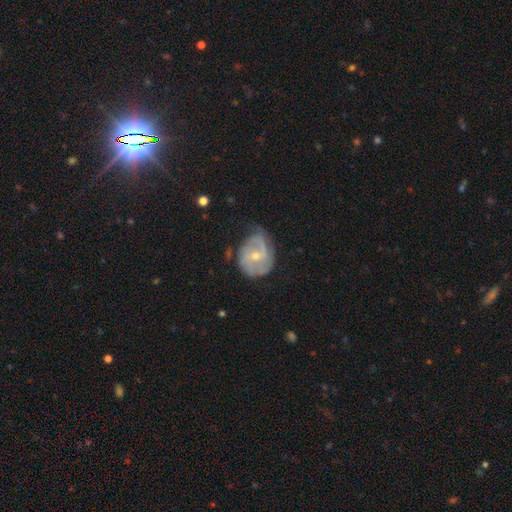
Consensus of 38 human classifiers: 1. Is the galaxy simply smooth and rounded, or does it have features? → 63% featured or disk, 32% smooth, 5% star or artifact.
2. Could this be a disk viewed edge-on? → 100% no, 0% yes.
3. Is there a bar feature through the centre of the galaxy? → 71% no, 29% weak, 0% strong.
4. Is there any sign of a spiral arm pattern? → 79% yes, 21% no.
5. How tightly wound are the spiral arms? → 53% medium, 32% loose, 16% tight.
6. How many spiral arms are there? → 53% 2, 26% 1, 21% can't tell, 0% 3, 0% 4, 0% more than 4.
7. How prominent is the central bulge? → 71% small, 29% moderate, 0% dominant, 0% large, 0% none.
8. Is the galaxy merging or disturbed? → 53% none, 33% minor disturbance, 14% major disturbance, 0% merger.